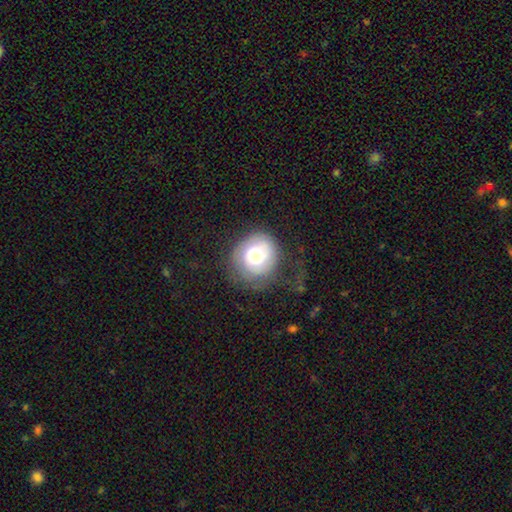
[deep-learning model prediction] smooth_or_featured: smooth (p=0.64) [alt: featured or disk p=0.28]
how_rounded: round (p=0.81) [alt: in between p=0.18]
merging: none (p=0.48) [alt: minor disturbance p=0.25]